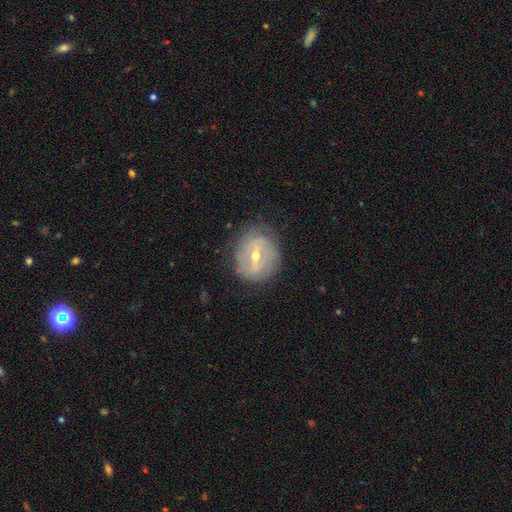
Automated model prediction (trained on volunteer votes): This appears to be a featured or disk galaxy (74%) with a strong bar (44%), spiral arms (66%) and a small central bulge (49%). Merging: none (78%).